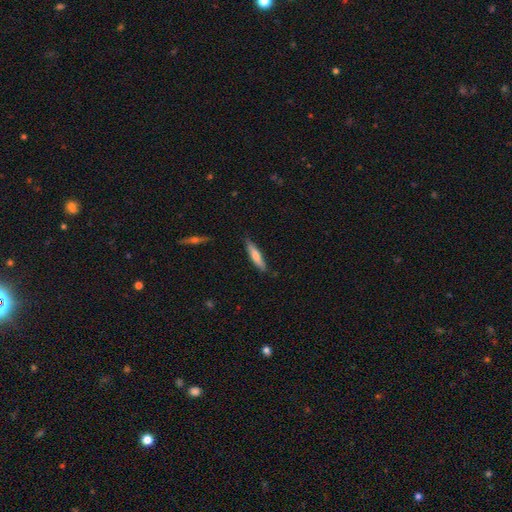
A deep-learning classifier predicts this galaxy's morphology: Smooth or featured: smooth — 69% (featured or disk — 26%)
How rounded: cigar-shaped — 83% (in between — 15%)
Merging: none — 81% (minor disturbance — 15%)